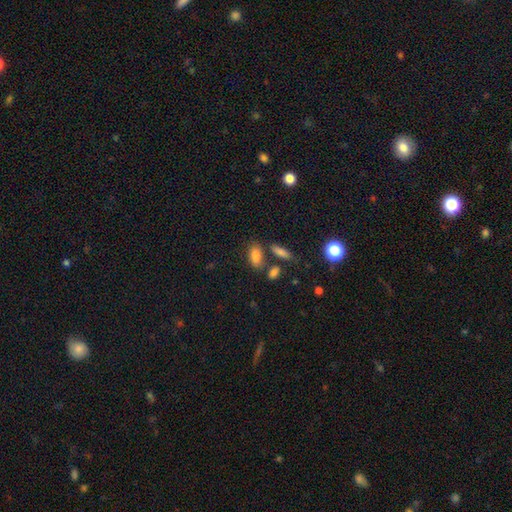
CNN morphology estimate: Overall: smooth (83%). How rounded: in between (88%). Merging: none (64%).